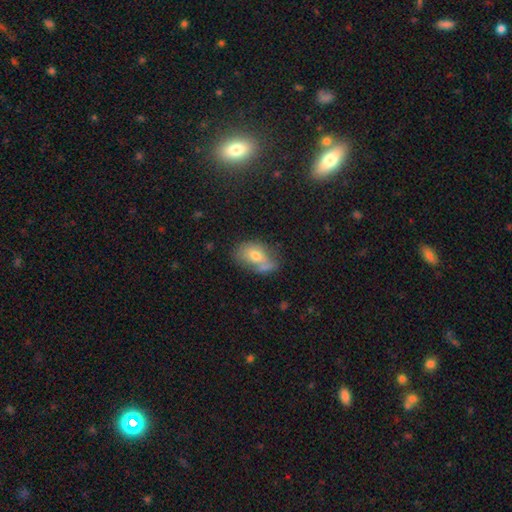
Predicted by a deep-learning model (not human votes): Smooth or featured?
  - smooth: 67% *
  - featured or disk: 24%
  - star or artifact: 10%
How rounded?
  - in between: 82% *
  - round: 16%
  - cigar-shaped: 2%
Merging?
  - none: 39% *
  - merger: 25%
  - minor disturbance: 25%
  - major disturbance: 12%